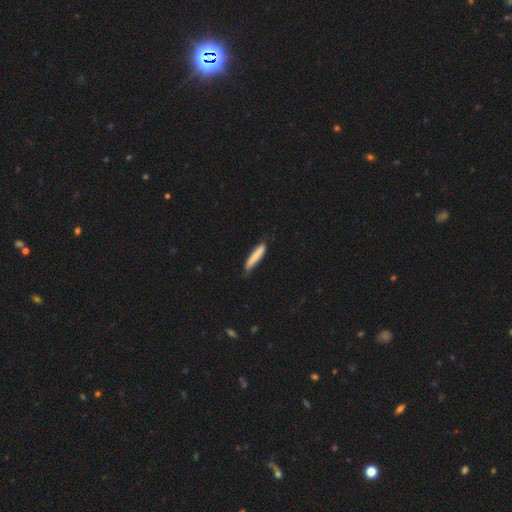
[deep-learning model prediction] Overall: smooth (80%). How rounded: cigar-shaped (91%). Merging: none (70%).